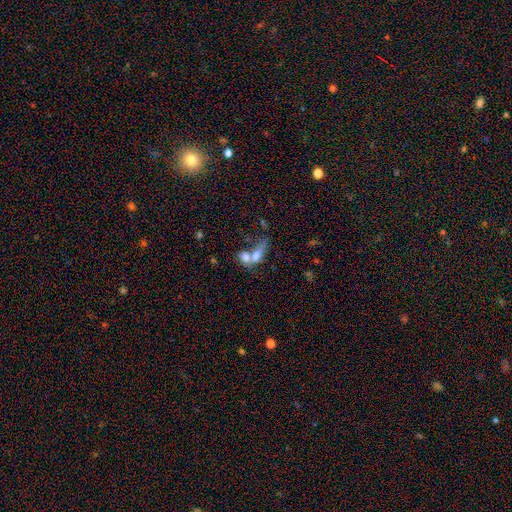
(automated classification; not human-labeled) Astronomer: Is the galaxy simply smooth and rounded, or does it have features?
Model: smooth — 66%.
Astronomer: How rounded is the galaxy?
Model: in between — 66%.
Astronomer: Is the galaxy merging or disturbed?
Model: merger — 69%.